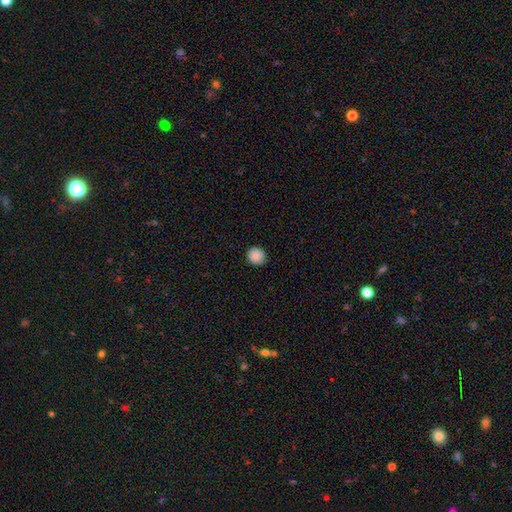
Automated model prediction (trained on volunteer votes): Smooth or featured: smooth — 88% (star or artifact — 9%)
How rounded: round — 89% (in between — 10%)
Merging: none — 91% (minor disturbance — 7%)